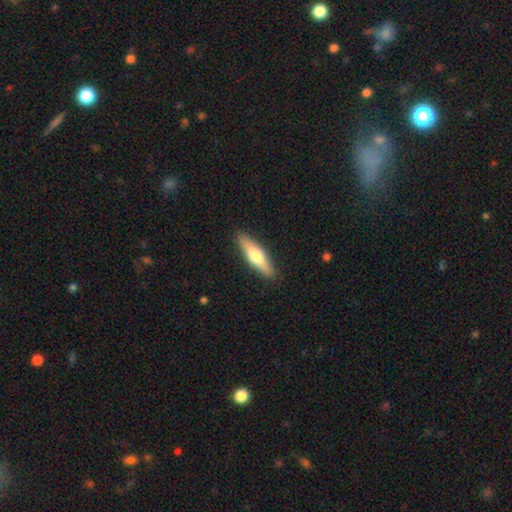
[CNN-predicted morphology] This is possibly a smooth galaxy (52%). How rounded: likely cigar-shaped (70%). Merging: clearly none (90%).